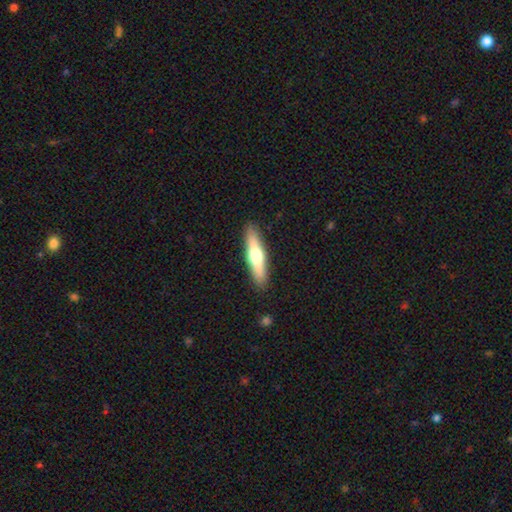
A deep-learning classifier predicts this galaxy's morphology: type=smooth (48%); merging=none (90%).